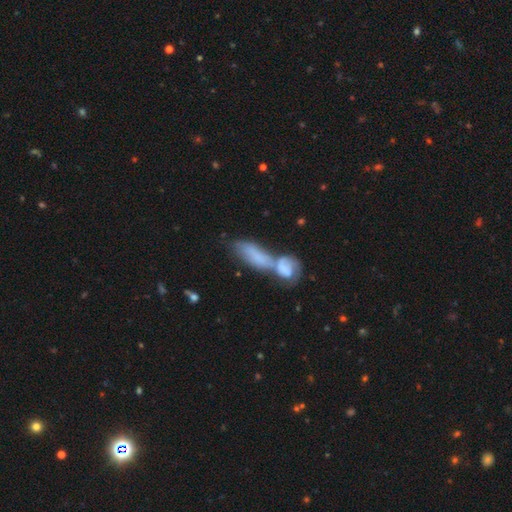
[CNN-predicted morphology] smooth-or-featured: smooth: 63% | featured or disk: 30% | star or artifact: 8%
  how-rounded: in between: 73% | cigar-shaped: 22% | round: 5%
  merging: merger: 64% | none: 17% | minor disturbance: 10% | major disturbance: 9%